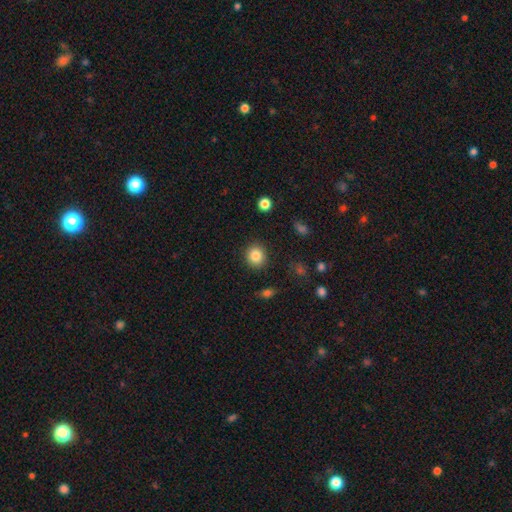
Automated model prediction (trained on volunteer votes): This appears to be a smooth galaxy with no disk features (84%) that is round (88%). Merging: none (91%).